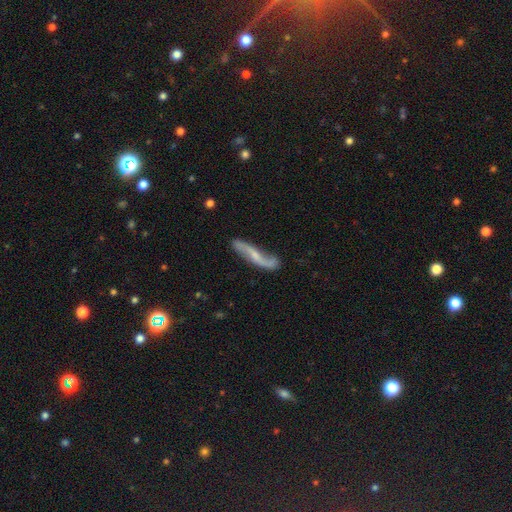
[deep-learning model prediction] The model was most divided on "bar": no: 45%, weak: 35%, strong: 20%. More confident: spiral arms — yes (93%); spiral arm count — 2 (91%); spiral winding — loose (81%); smooth or featured — featured or disk (77%); edge-on disk — no (74%); merging — none (71%); bulge size — small (57%).